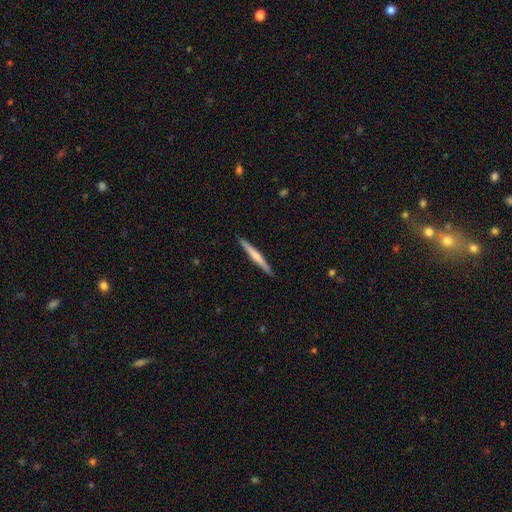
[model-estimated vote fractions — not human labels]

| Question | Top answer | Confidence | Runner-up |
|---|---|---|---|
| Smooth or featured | smooth | 53% | featured or disk (42%) |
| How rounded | cigar-shaped | 97% | in between (2%) |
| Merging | none | 92% | minor disturbance (6%) |